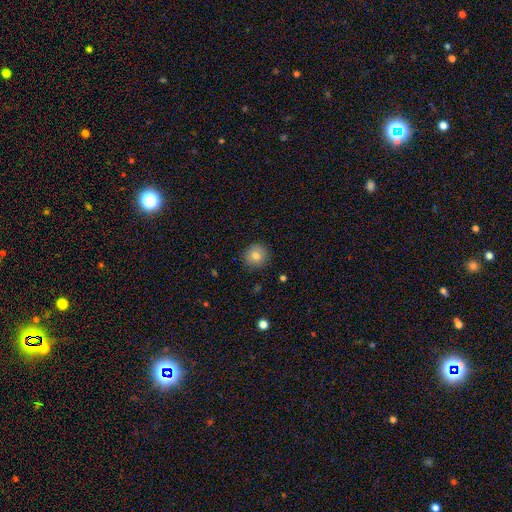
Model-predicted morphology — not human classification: Smooth or featured?
  - smooth: 80% *
  - star or artifact: 10%
  - featured or disk: 9%
How rounded?
  - round: 92% *
  - in between: 7%
  - cigar-shaped: 1%
Merging?
  - none: 90% *
  - minor disturbance: 7%
  - major disturbance: 2%
  - merger: 1%